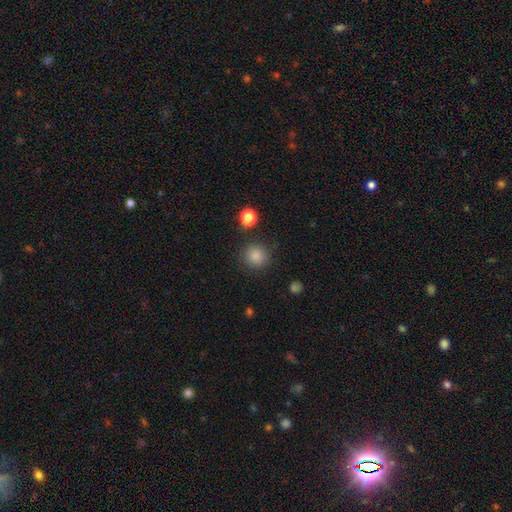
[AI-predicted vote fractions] Smooth or featured? Predicted: smooth (p=0.85). How rounded? Predicted: round (p=0.92). Merging? Predicted: none (p=0.87).